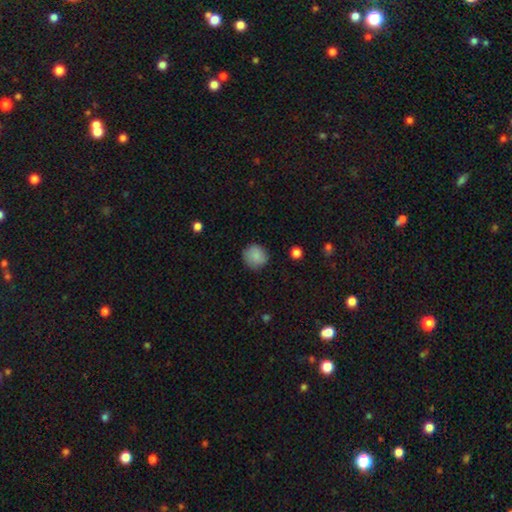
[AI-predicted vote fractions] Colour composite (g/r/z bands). It shows a smooth galaxy with no disk features (86%) that is round (91%). Merging: none (84%).